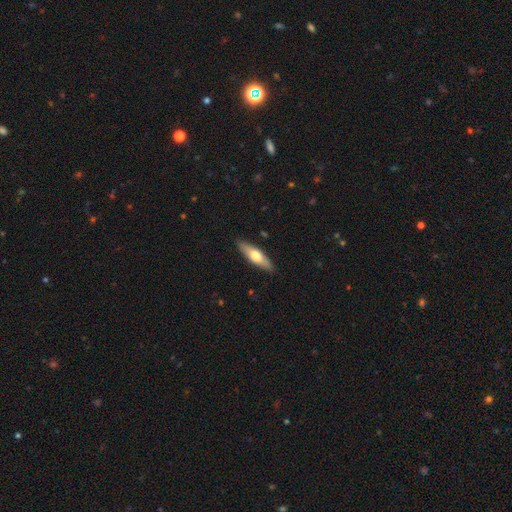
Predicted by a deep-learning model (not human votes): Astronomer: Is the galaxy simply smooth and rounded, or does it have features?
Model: smooth — 53% (runner-up: featured or disk, 42%).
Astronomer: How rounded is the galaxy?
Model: cigar-shaped — 59% (runner-up: in between, 39%).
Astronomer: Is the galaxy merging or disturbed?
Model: none — 89%.